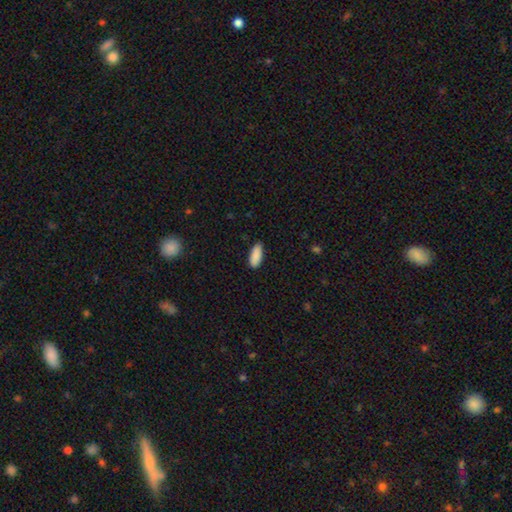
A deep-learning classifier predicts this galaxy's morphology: smooth_or_featured: smooth (p=0.90) [alt: star or artifact p=0.06]
how_rounded: in between (p=0.83) [alt: cigar-shaped p=0.16]
merging: none (p=0.86) [alt: minor disturbance p=0.11]